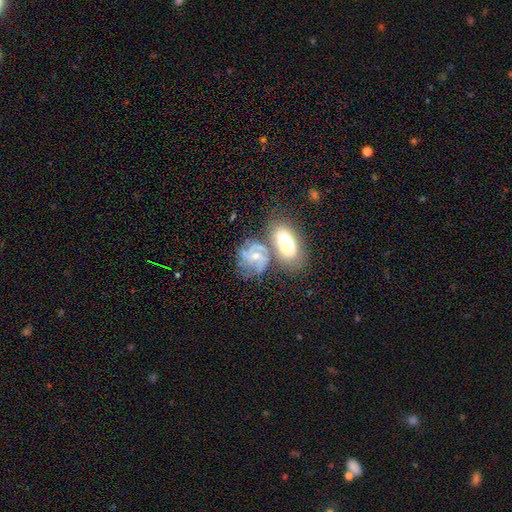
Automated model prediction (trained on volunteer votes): smooth-or-featured: featured or disk: 72% | smooth: 20% | star or artifact: 8%
  disk-edge-on: no: 97% | yes: 3%
    bar: no: 59% | weak: 32% | strong: 8%
    has-spiral-arms: yes: 92% | no: 8%
      spiral-winding: tight: 48% | medium: 41% | loose: 11%
      spiral-arm-count: 3: 40% | can't tell: 24% | 2: 16% | 4: 11% | 1: 5% | more than 4: 4%
    bulge-size: small: 61% | moderate: 30% | none: 5% | large: 3% | dominant: 1%
  merging: none: 43% | merger: 32% | minor disturbance: 16% | major disturbance: 10%